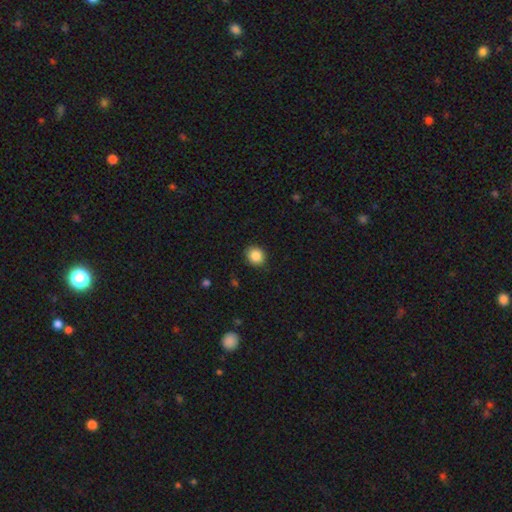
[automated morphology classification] This is clearly a smooth galaxy (87%). How rounded: likely round (77%). Merging: clearly none (88%).